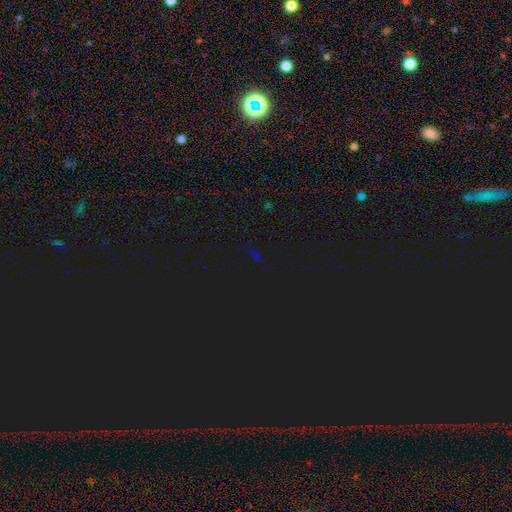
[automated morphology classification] smooth-or-featured: star or artifact: 72% | smooth: 20% | featured or disk: 8%